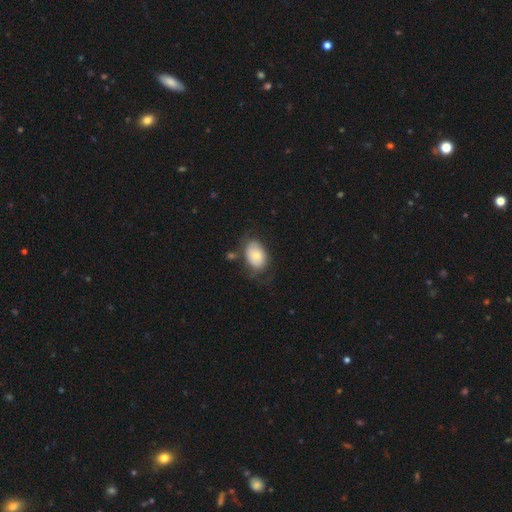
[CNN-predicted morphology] smooth_or_featured: smooth (p=0.67) [alt: featured or disk p=0.26]
how_rounded: in between (p=0.83) [alt: round p=0.16]
merging: none (p=0.57) [alt: minor disturbance p=0.26]